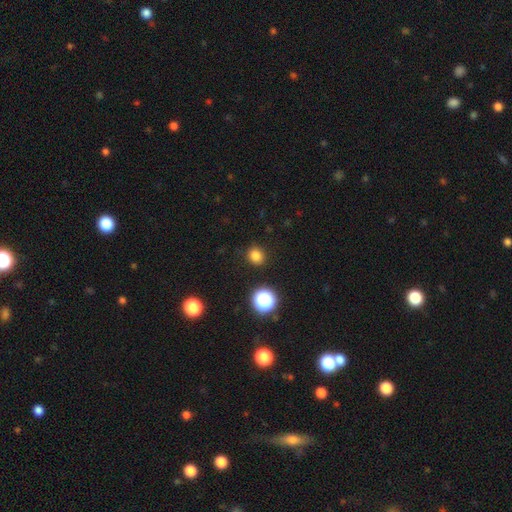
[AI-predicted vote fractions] Smooth or featured? smooth (80%)
How rounded? round (80%)
Merging? none (89%)